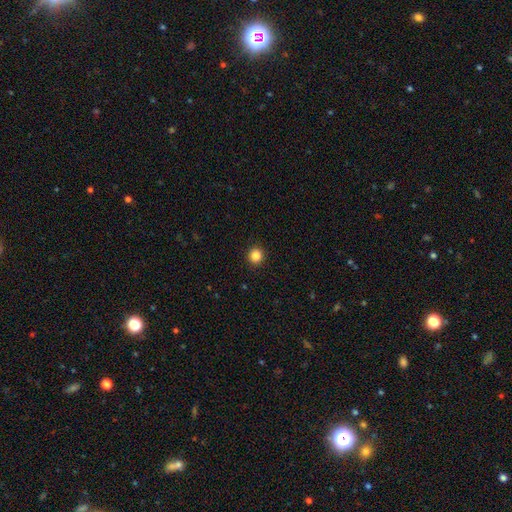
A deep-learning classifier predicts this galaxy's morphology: Smooth or featured? Predicted: smooth (p=0.86). How rounded? Predicted: round (p=0.92). Merging? Predicted: none (p=0.93).